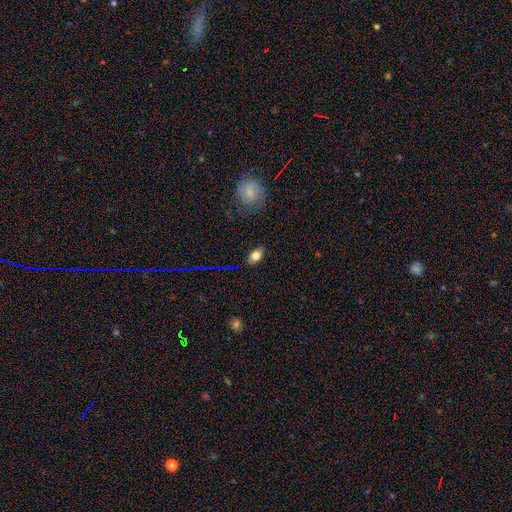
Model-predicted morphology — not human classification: Smooth or featured? Predicted: smooth (p=0.75). How rounded? Predicted: in between (p=0.86). Merging? Predicted: none (p=0.83).